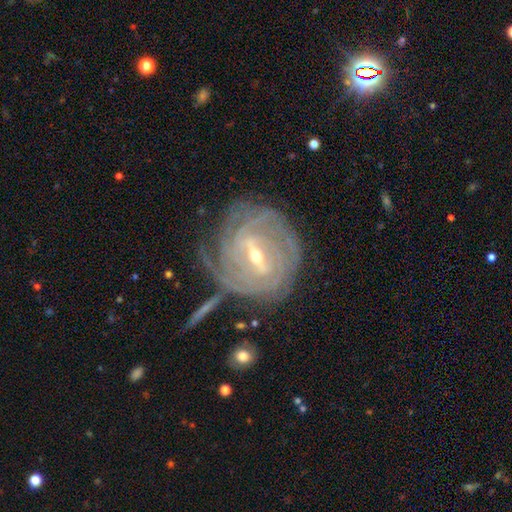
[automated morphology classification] Smooth or featured?
  - featured or disk: 89% *
  - star or artifact: 6%
  - smooth: 5%
Edge-on disk?
  - no: 95% *
  - yes: 5%
Bar?
  - strong: 51% *
  - weak: 41%
  - no: 9%
Spiral arms?
  - yes: 96% *
  - no: 4%
Spiral winding?
  - tight: 81% *
  - medium: 16%
  - loose: 4%
Spiral arm count?
  - can't tell: 30% *
  - 4: 26%
  - 3: 16%
  - 2: 12%
  - more than 4: 11%
  - 1: 6%
Bulge size?
  - small: 52% *
  - moderate: 45%
  - large: 1%
  - none: 1%
  - dominant: 1%
Merging?
  - none: 70% *
  - minor disturbance: 17%
  - major disturbance: 9%
  - merger: 5%